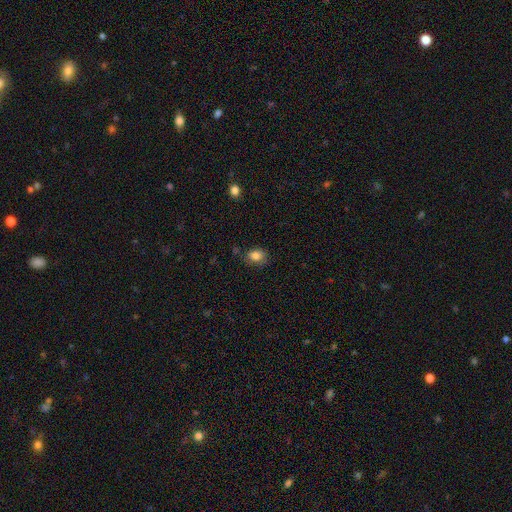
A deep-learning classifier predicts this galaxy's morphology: The model was most divided on "how rounded": in between: 57%, round: 42%, cigar-shaped: 1%. More confident: smooth or featured — smooth (84%); merging — none (70%).